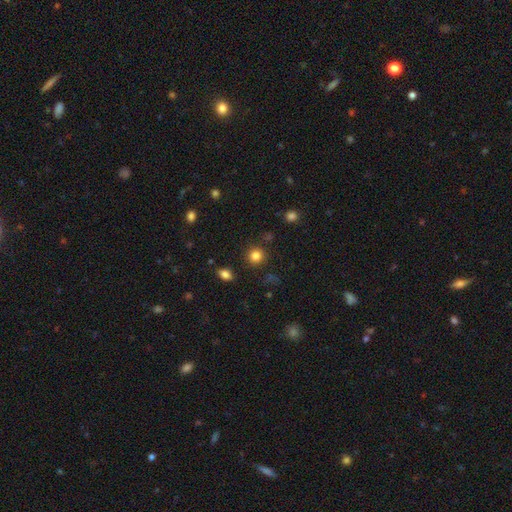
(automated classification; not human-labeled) Smooth or featured: smooth — 83% (star or artifact — 12%)
How rounded: round — 92% (in between — 7%)
Merging: none — 89% (minor disturbance — 6%)